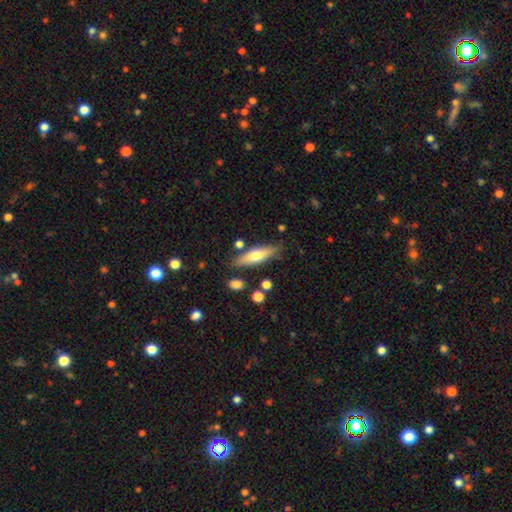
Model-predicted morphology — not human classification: Smooth or featured? Predicted: smooth (p=0.58). How rounded? Predicted: cigar-shaped (p=0.61). Merging? Predicted: none (p=0.79).